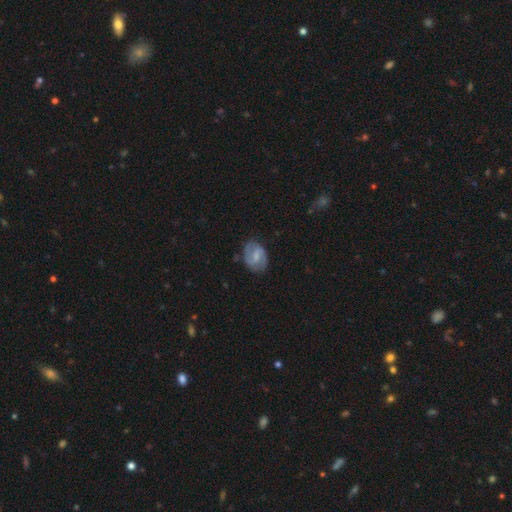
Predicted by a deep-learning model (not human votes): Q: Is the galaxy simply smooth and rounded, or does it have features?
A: featured or disk — 68%.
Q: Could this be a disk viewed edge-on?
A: no — 97%.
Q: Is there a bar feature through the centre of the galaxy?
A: weak — 57%.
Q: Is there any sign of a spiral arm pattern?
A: yes — 88%.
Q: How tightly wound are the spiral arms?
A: medium — 49%.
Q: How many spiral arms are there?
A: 2 — 84%.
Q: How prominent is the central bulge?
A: small — 49%.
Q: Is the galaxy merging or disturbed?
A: none — 74%.